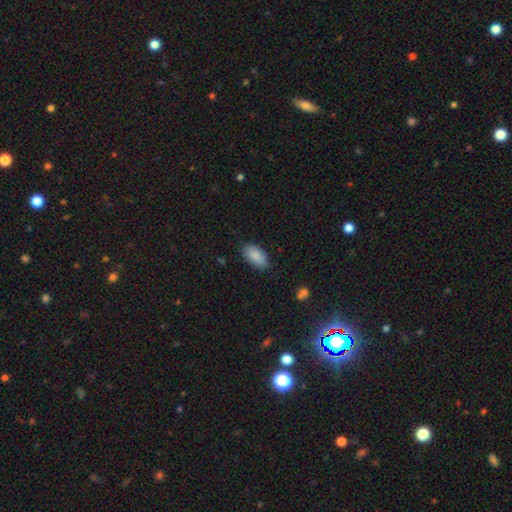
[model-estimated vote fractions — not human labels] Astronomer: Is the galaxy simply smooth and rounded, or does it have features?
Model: smooth — 87%.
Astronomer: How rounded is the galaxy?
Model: in between — 94%.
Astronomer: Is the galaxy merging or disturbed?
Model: none — 81%.